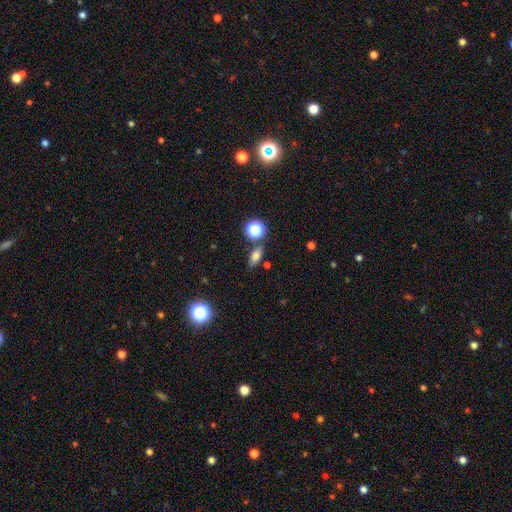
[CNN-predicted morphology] smooth-or-featured: smooth: 72% | star or artifact: 15% | featured or disk: 13%
  how-rounded: in between: 68% | cigar-shaped: 16% | round: 15%
  merging: none: 78% | minor disturbance: 11% | merger: 7% | major disturbance: 3%